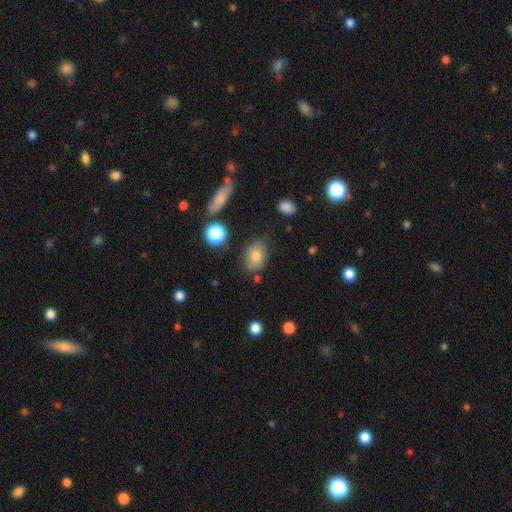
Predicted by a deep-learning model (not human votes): The model was most divided on "how rounded": in between: 76%, round: 22%, cigar-shaped: 2%. More confident: smooth or featured — smooth (77%); merging — none (75%).